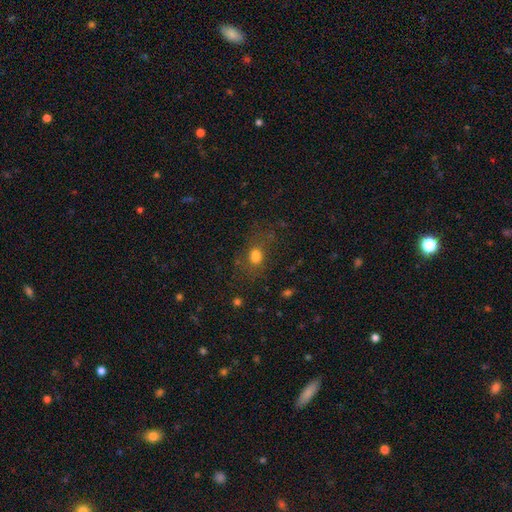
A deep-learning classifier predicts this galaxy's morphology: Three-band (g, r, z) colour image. It shows a smooth galaxy with no disk features (71%) that is in between round and cigar-shaped (65%). Merging: none (62%).